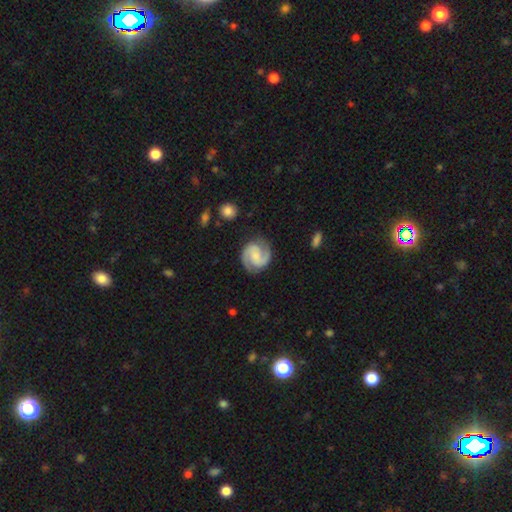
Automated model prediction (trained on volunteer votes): The model was most divided on "bar": no: 44%, weak: 41%, strong: 15%. Remaining: edge-on disk — no (98%); spiral arms — yes (98%); spiral arm count — 2 (94%); smooth or featured — featured or disk (88%); merging — none (84%); spiral winding — medium (54%); bulge size — small (42%).